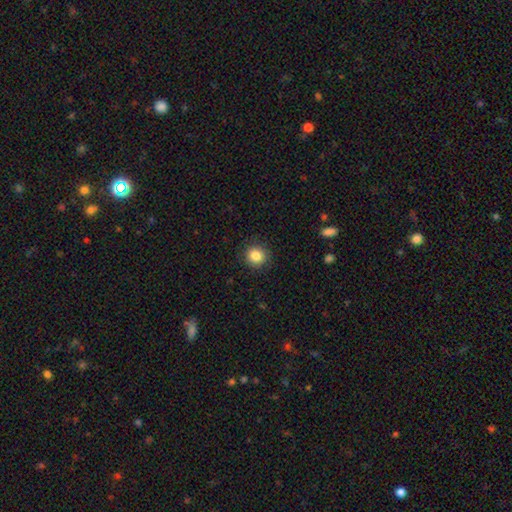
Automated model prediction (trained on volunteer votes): smooth_or_featured: smooth (p=0.85) [alt: star or artifact p=0.10]
how_rounded: round (p=0.90) [alt: in between p=0.09]
merging: none (p=0.90) [alt: minor disturbance p=0.07]